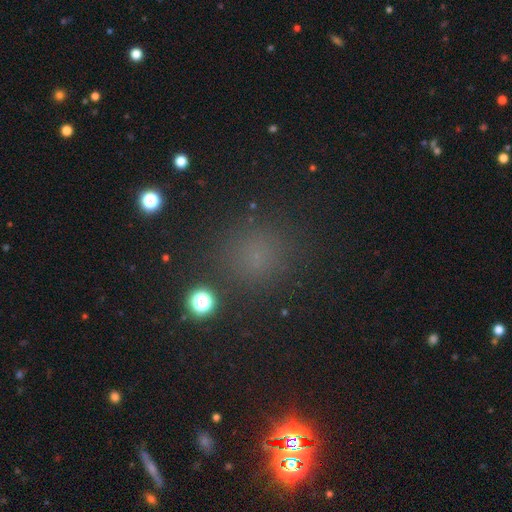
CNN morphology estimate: Overall: smooth (61%; star or artifact 33%). How rounded: round (88%). Merging: none (85%).